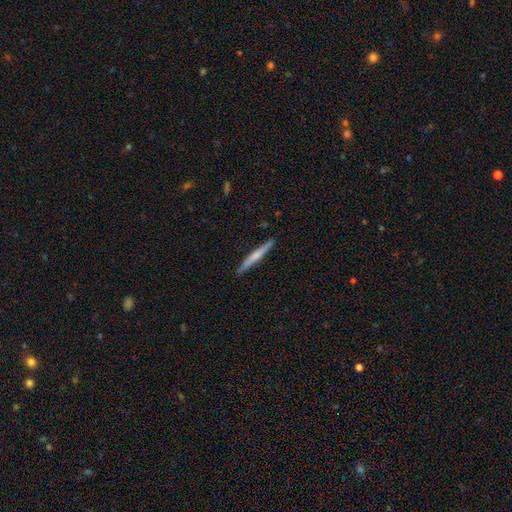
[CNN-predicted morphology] A featured or disk galaxy (47%, tied with smooth). Merging: none (90%).